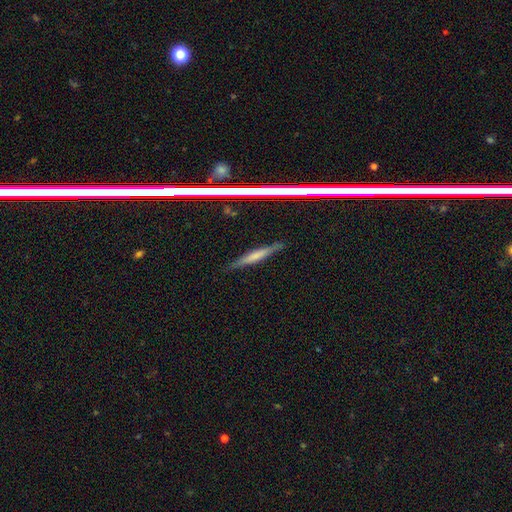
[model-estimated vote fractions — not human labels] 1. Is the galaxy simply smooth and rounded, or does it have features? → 50% smooth, 38% featured or disk, 12% star or artifact.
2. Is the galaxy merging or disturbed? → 83% none, 12% minor disturbance, 3% major disturbance, 2% merger.